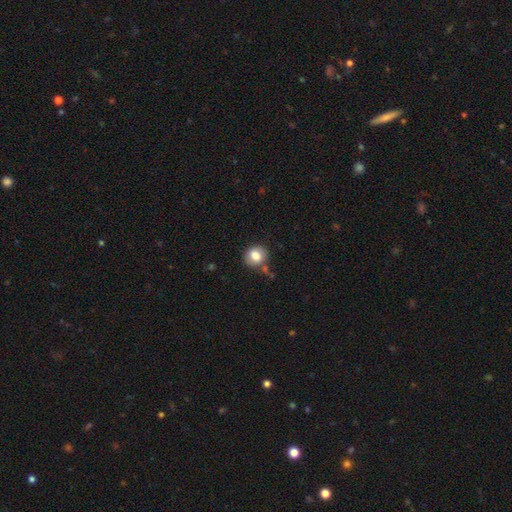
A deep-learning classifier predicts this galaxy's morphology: Overall: smooth (80%). How rounded: round (81%). Merging: none (74%).